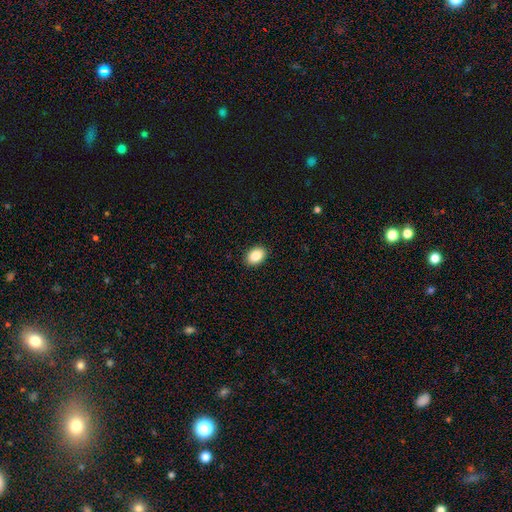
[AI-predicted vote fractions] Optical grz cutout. It shows a smooth galaxy with no disk features (86%) that is in between round and cigar-shaped (79%). Merging: none (91%).